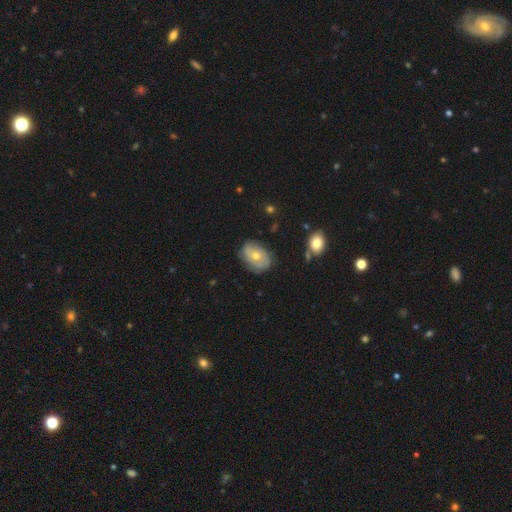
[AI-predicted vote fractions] Overall: featured or disk (48%; smooth 43%). Merging: none (72%).